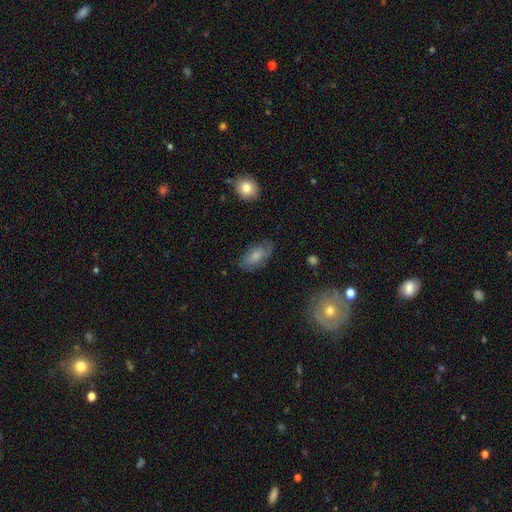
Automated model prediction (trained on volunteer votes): A smooth galaxy with no disk features (66%) that is in between round and cigar-shaped (91%). Merging: none (71%).